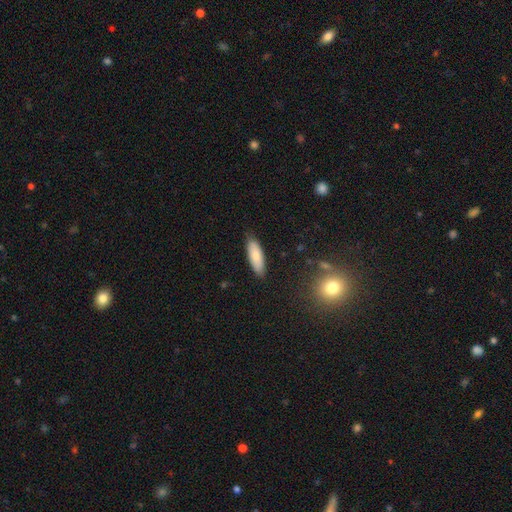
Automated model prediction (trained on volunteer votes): smooth-or-featured: smooth: 79% | featured or disk: 14% | star or artifact: 7%
  how-rounded: in between: 63% | cigar-shaped: 35% | round: 2%
  merging: none: 84% | minor disturbance: 13% | major disturbance: 2% | merger: 1%